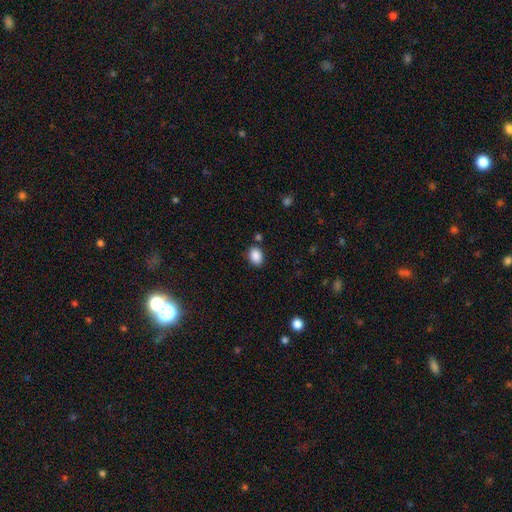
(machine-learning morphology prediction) smooth_or_featured: smooth (p=0.88) [alt: star or artifact p=0.08]
how_rounded: in between (p=0.70) [alt: round p=0.29]
merging: none (p=0.80) [alt: minor disturbance p=0.12]